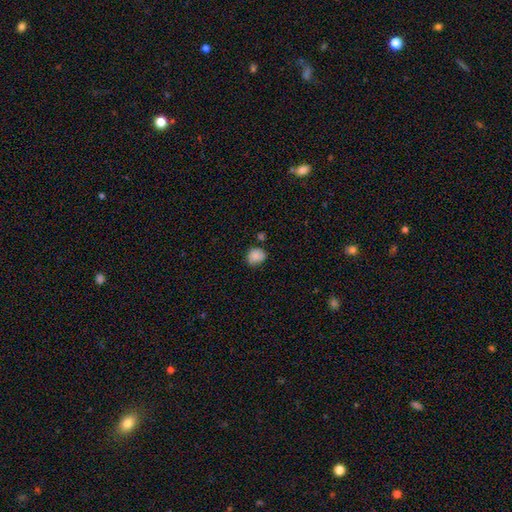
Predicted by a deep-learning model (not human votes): This is clearly a smooth galaxy (86%). How rounded: likely round (75%). Merging: likely none (68%).